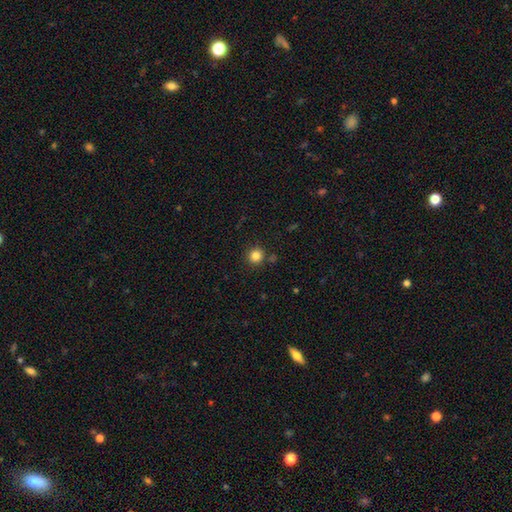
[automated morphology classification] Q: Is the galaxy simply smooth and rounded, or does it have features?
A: smooth — 83%.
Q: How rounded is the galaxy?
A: round — 93%.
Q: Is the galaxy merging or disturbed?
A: none — 86%.